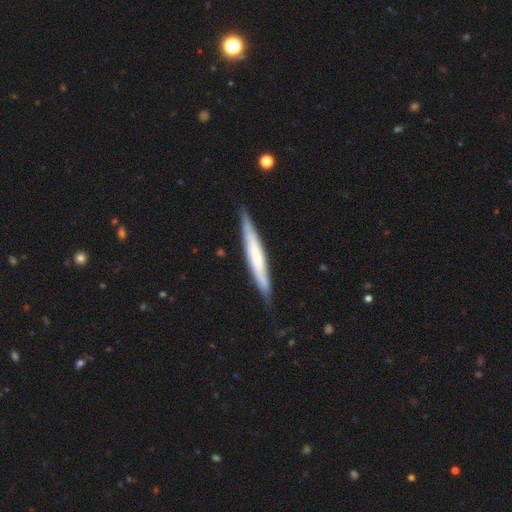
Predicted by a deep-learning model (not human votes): Overall: featured or disk (49%; smooth 46%). Merging: none (83%).